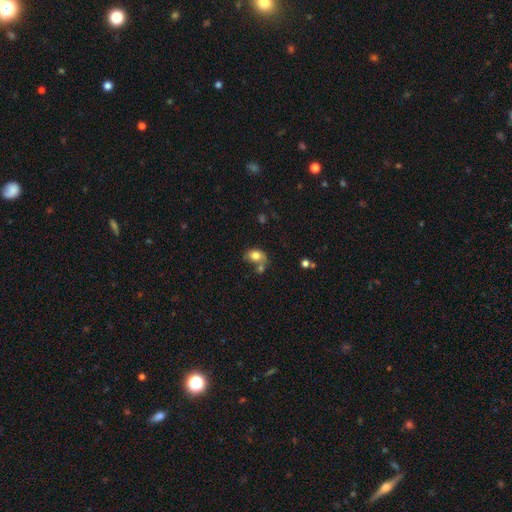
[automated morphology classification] A smooth galaxy with no disk features (76%) that is in between round and cigar-shaped (68%).

Vote fractions:
- Smooth or featured? smooth: 76% / featured or disk: 14% / star or artifact: 9%
- How rounded? in between: 68% / round: 31% / cigar-shaped: 1%
- Merging? none: 38% / merger: 31% / minor disturbance: 20% / major disturbance: 11%